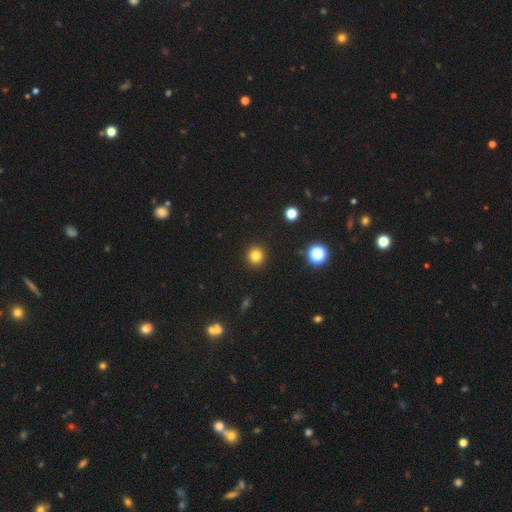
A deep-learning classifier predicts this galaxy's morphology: This is clearly a smooth galaxy (81%). How rounded: clearly round (93%). Merging: clearly none (92%).